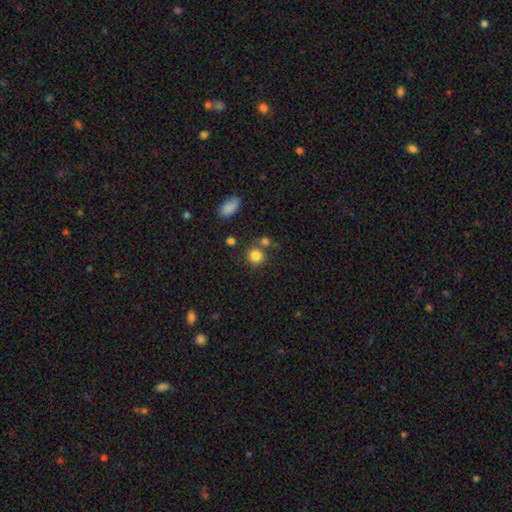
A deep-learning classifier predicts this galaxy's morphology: Smooth or featured? Predicted: smooth (p=0.83). How rounded? Predicted: round (p=0.88). Merging? Predicted: none (p=0.72).